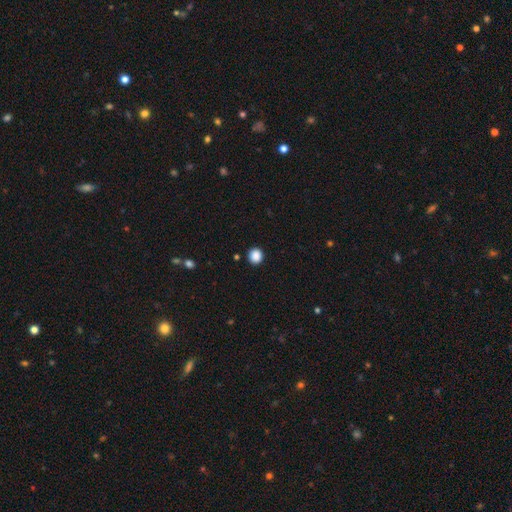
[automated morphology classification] Smooth or featured? smooth (88%)
How rounded? round (89%)
Merging? none (92%)